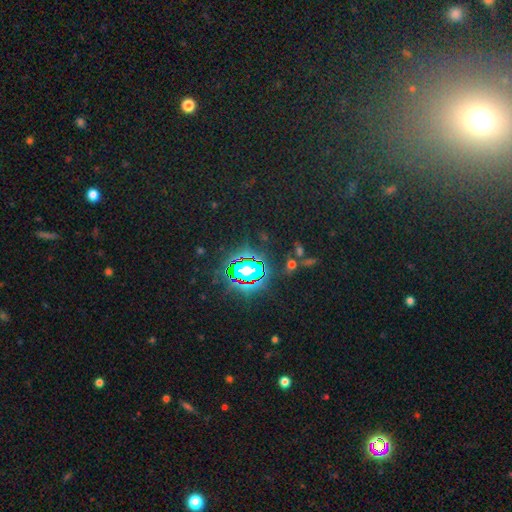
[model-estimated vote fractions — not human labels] Q: Smooth or featured?
A: star or artifact (68%); runner-up: smooth (20%)